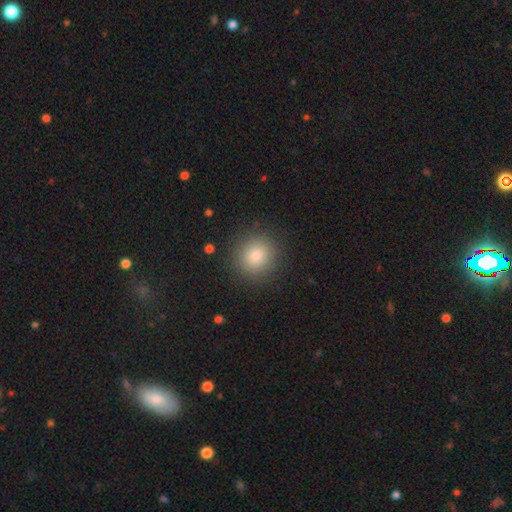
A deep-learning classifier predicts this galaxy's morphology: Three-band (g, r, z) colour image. It shows a smooth galaxy with no disk features (81%) that is round (89%). Merging: none (90%).